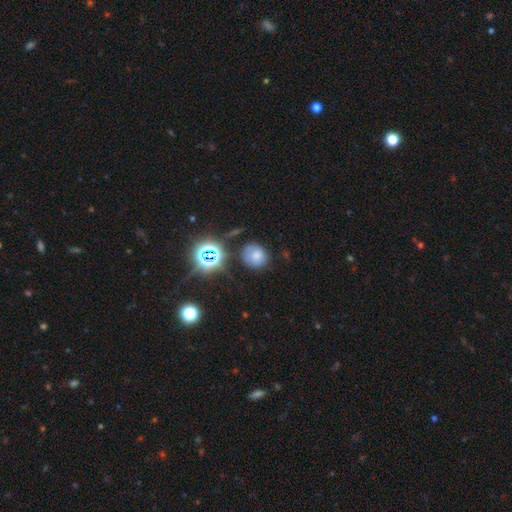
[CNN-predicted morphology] Smooth or featured: smooth — 69% (star or artifact — 20%)
How rounded: round — 74% (in between — 24%)
Merging: none — 70% (minor disturbance — 19%)